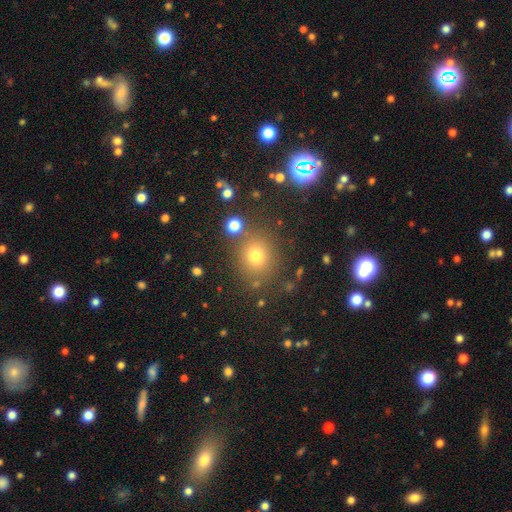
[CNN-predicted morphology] Smooth or featured?
  - smooth: 67% *
  - star or artifact: 24%
  - featured or disk: 9%
How rounded?
  - round: 83% *
  - in between: 16%
  - cigar-shaped: 1%
Merging?
  - none: 83% *
  - minor disturbance: 9%
  - merger: 5%
  - major disturbance: 4%